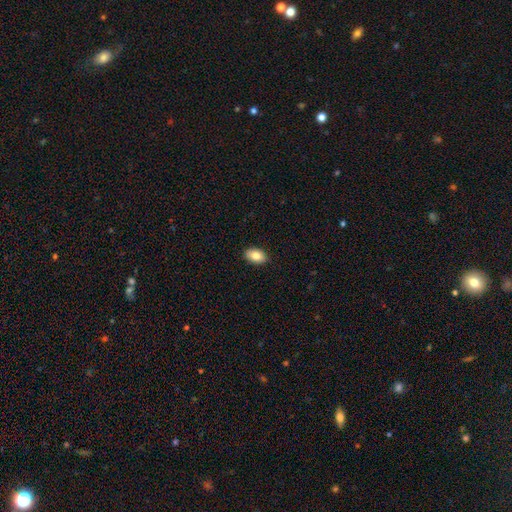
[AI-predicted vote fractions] A smooth galaxy with no disk features (82%) that is in between round and cigar-shaped (89%).

Vote fractions:
- Smooth or featured? smooth: 82% / featured or disk: 11% / star or artifact: 7%
- How rounded? in between: 89% / round: 10% / cigar-shaped: 1%
- Merging? none: 89% / minor disturbance: 8% / major disturbance: 2% / merger: 1%